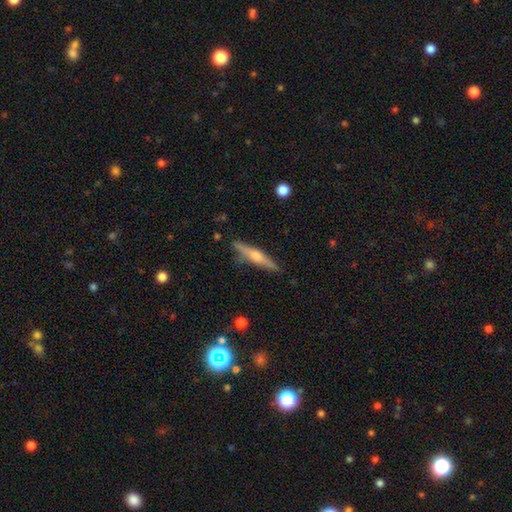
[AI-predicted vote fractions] Morphology: type=featured or disk (67%); edge-on=yes (96%); edge-on bulge=rounded (84%); merging=none (87%).